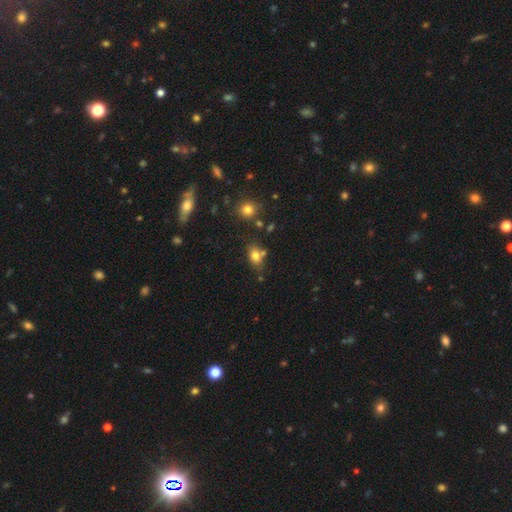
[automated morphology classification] Smooth or featured: smooth — 77% (star or artifact — 12%)
How rounded: in between — 74% (round — 23%)
Merging: none — 59% (merger — 18%)